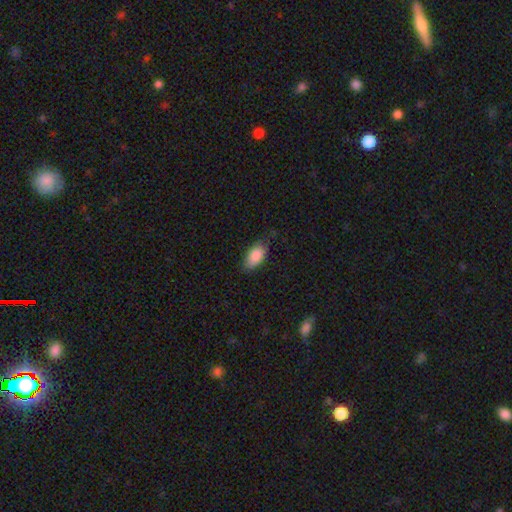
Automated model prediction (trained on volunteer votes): Smooth or featured? Predicted: smooth (p=0.86). How rounded? Predicted: in between (p=0.92). Merging? Predicted: none (p=0.72).